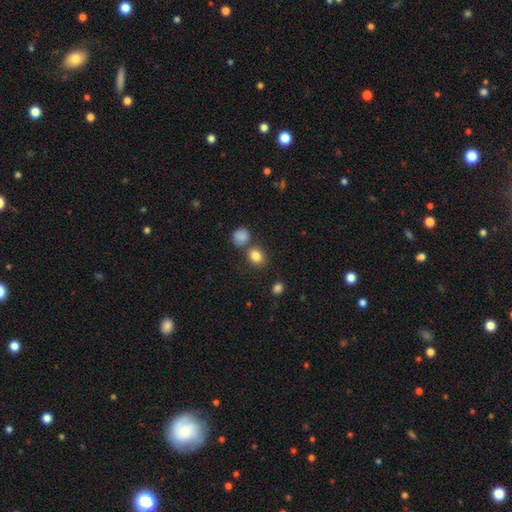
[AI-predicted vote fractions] Smooth or featured?
  - smooth: 84% *
  - star or artifact: 11%
  - featured or disk: 5%
How rounded?
  - round: 60% *
  - in between: 39%
  - cigar-shaped: 1%
Merging?
  - none: 68% *
  - merger: 17%
  - minor disturbance: 11%
  - major disturbance: 4%